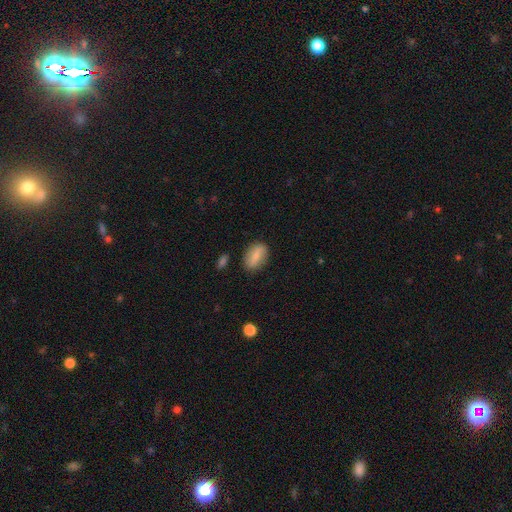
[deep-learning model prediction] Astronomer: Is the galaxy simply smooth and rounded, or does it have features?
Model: smooth — 69%.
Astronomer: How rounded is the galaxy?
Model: in between — 86%.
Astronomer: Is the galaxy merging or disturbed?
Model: none — 83%.